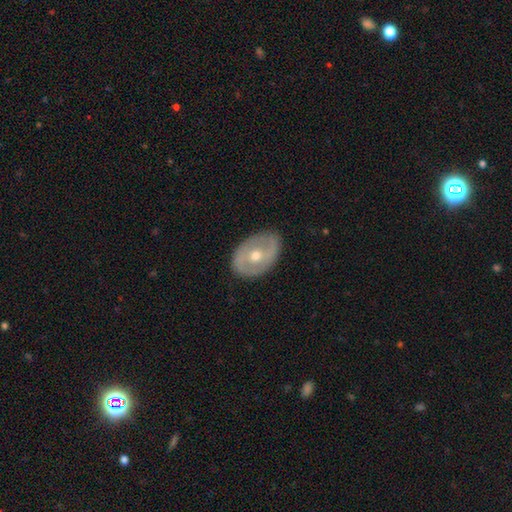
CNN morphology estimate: Q: Smooth or featured?
A: featured or disk (64%); runner-up: smooth (30%)
Q: Edge-on disk?
A: no (93%); runner-up: yes (7%)
Q: Bar?
A: no (60%); runner-up: weak (27%)
Q: Spiral arms?
A: no (56%); runner-up: yes (44%)
Q: Bulge size?
A: moderate (68%); runner-up: small (27%)
Q: Merging?
A: none (82%); runner-up: minor disturbance (13%)